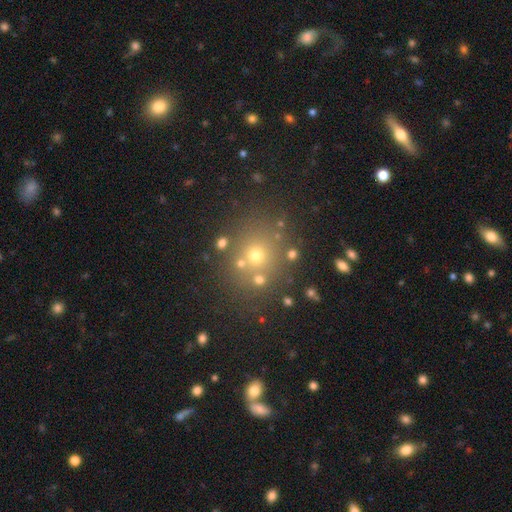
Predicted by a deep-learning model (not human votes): This is possibly a smooth galaxy (58%). How rounded: clearly round (86%). Merging: likely none (73%).